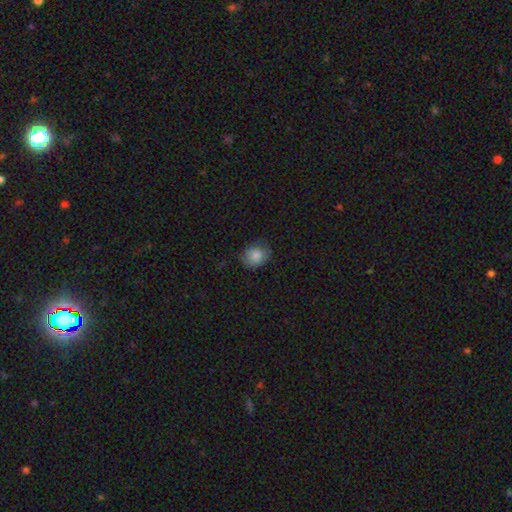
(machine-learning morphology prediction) Smooth or featured? smooth (82%)
How rounded? round (67%)
Merging? none (65%)